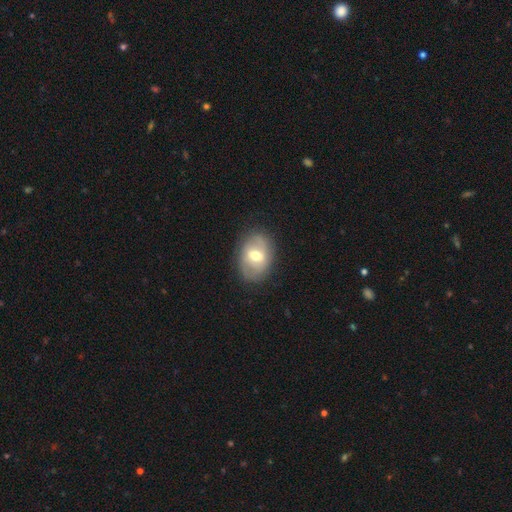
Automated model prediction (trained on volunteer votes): Smooth or featured? Predicted: smooth (p=0.47). Merging? Predicted: none (p=0.80).